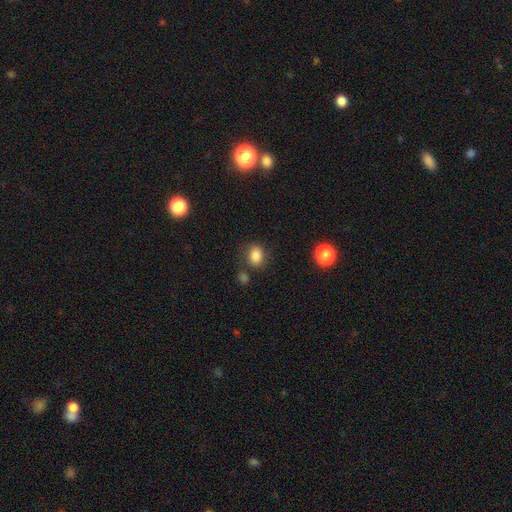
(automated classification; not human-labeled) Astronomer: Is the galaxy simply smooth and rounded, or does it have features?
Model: smooth — 83%.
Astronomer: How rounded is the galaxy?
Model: in between — 55% (runner-up: round, 43%).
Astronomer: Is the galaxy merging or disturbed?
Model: none — 75%.